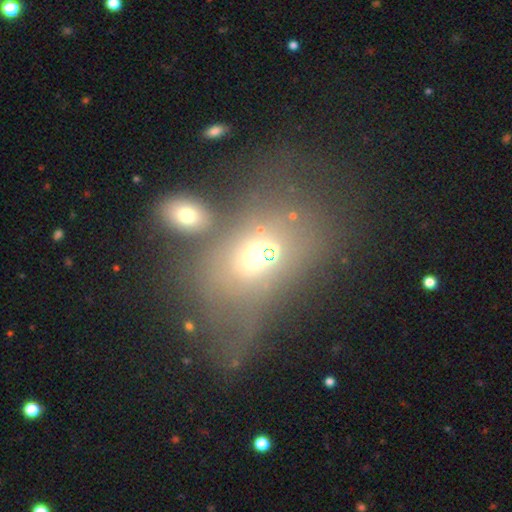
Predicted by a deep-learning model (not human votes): Smooth or featured: smooth — 54% (featured or disk — 28%)
How rounded: in between — 67% (round — 30%)
Merging: merger — 33% (none — 29%)